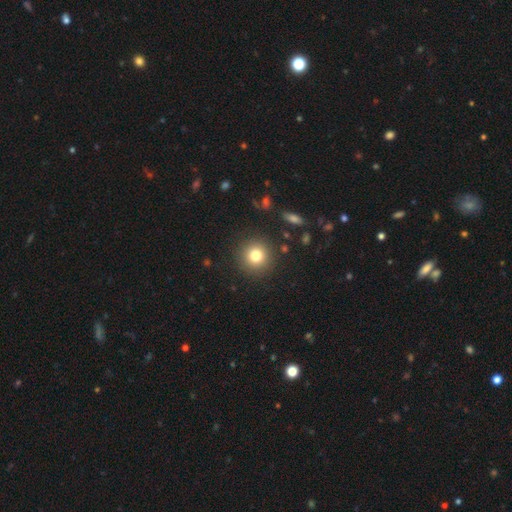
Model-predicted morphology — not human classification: Q: Smooth or featured?
A: smooth (79%); runner-up: star or artifact (12%)
Q: How rounded?
A: round (94%); runner-up: in between (5%)
Q: Merging?
A: none (90%); runner-up: minor disturbance (6%)